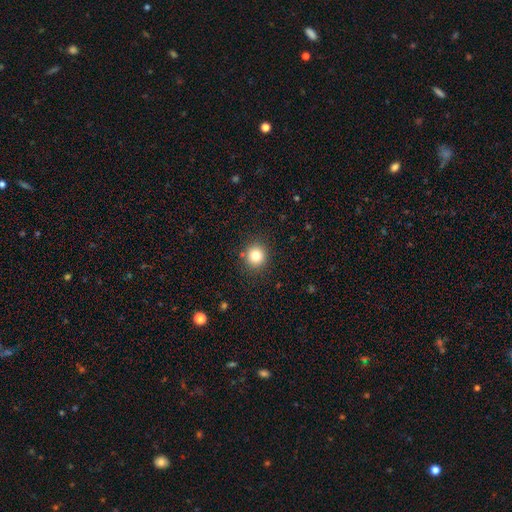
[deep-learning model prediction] Overall: smooth (81%). How rounded: round (90%). Merging: none (88%).